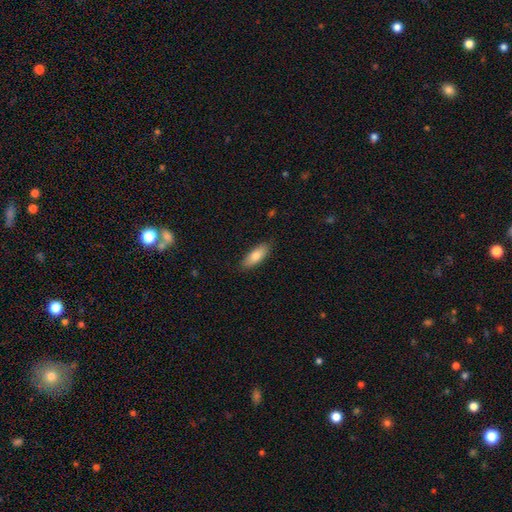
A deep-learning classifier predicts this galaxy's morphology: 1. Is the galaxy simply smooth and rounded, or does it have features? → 79% smooth, 15% featured or disk, 6% star or artifact.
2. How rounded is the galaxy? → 68% in between, 30% cigar-shaped, 2% round.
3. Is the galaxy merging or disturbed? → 86% none, 11% minor disturbance, 2% major disturbance, 1% merger.